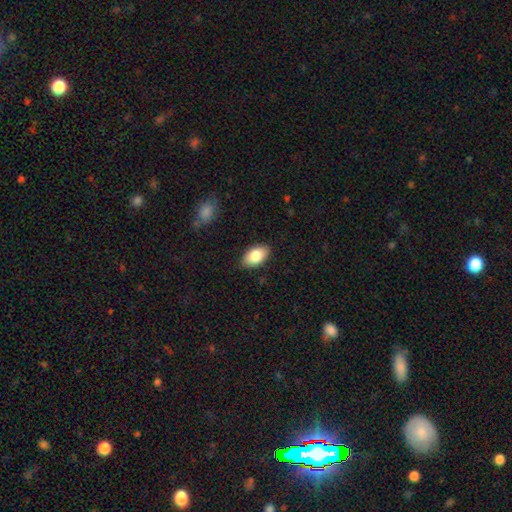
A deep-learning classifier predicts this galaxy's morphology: Overall: smooth (83%). How rounded: in between (93%). Merging: none (85%).